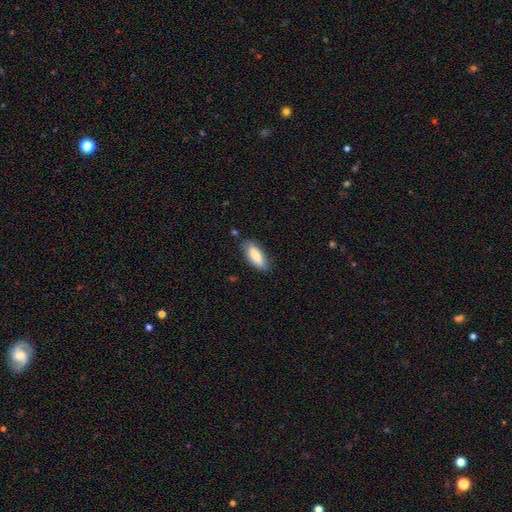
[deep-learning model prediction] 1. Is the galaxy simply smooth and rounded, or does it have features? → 79% smooth, 15% featured or disk, 6% star or artifact.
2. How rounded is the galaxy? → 73% in between, 25% cigar-shaped, 2% round.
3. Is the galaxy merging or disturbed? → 77% none, 17% minor disturbance, 3% major disturbance, 2% merger.